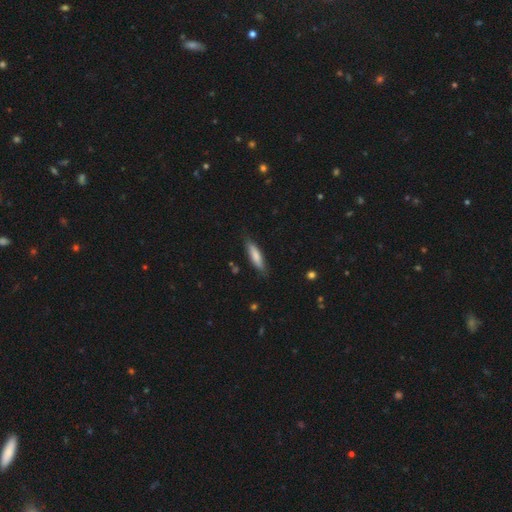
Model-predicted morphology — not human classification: This appears to be a smooth galaxy with no disk features (75%) that is cigar-shaped (74%). Merging: none (81%).